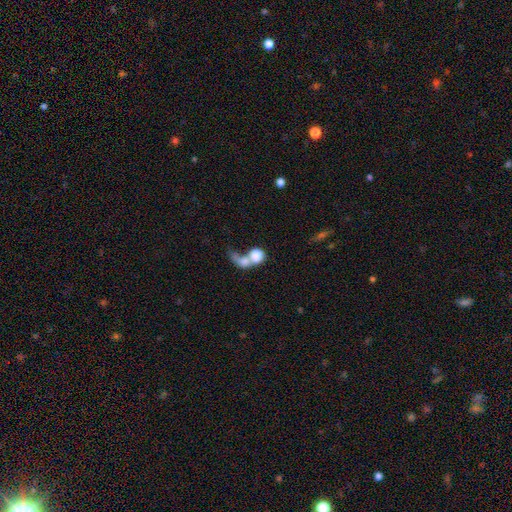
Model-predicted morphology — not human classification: Smooth or featured: smooth — 72% (featured or disk — 20%)
How rounded: round — 62% (in between — 36%)
Merging: merger — 68% (major disturbance — 13%)